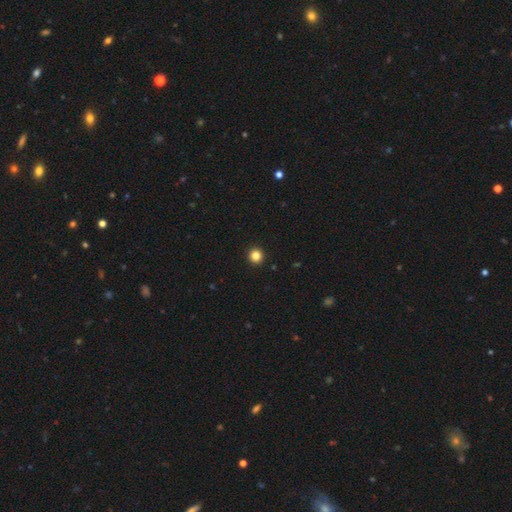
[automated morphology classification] This is clearly a smooth galaxy (84%). How rounded: clearly round (96%). Merging: clearly none (94%).